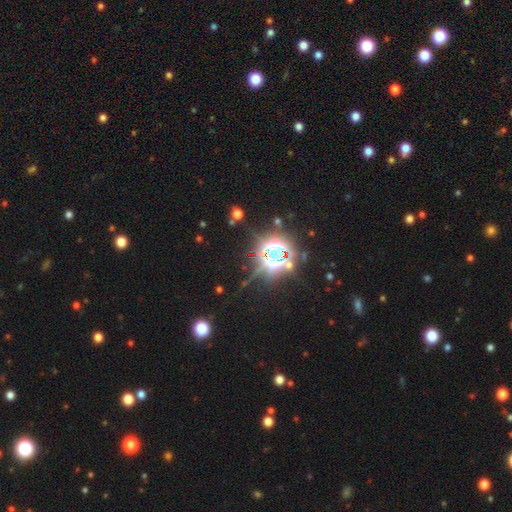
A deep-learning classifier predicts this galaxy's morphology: Smooth or featured? star or artifact (84%)